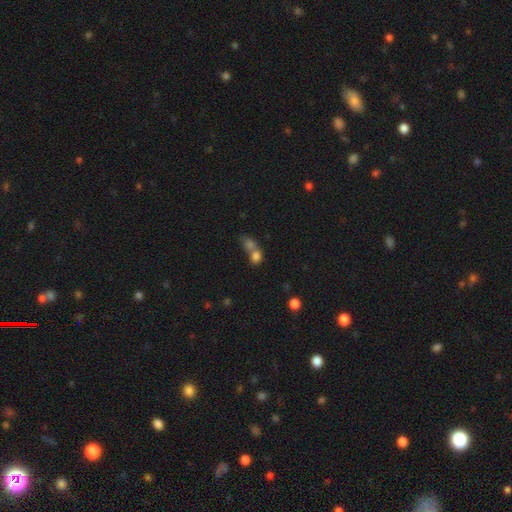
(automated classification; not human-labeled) A smooth galaxy with no disk features (52%) that is in between round and cigar-shaped (52%). Merging: merger (42%).